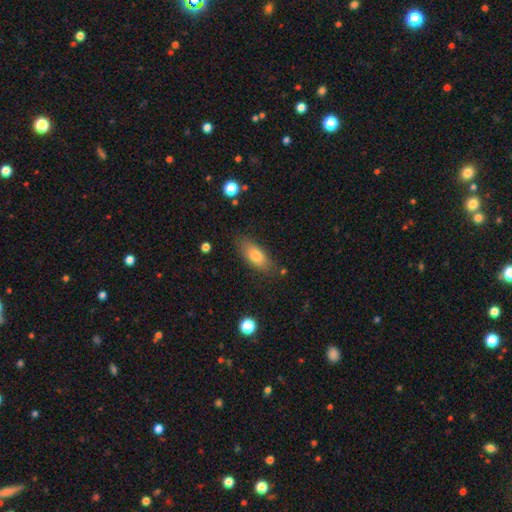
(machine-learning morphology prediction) This is likely a smooth galaxy (79%). How rounded: likely in between (75%). Merging: likely none (79%).